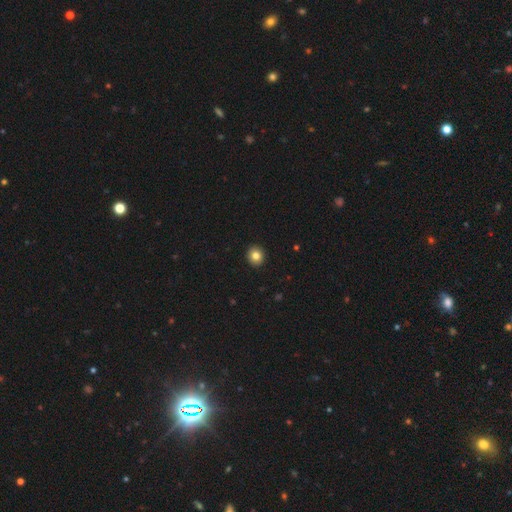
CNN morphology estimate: The model was most divided on "how rounded": round: 82%, in between: 17%, cigar-shaped: 1%. More confident: merging — none (93%); smooth or featured — smooth (83%).